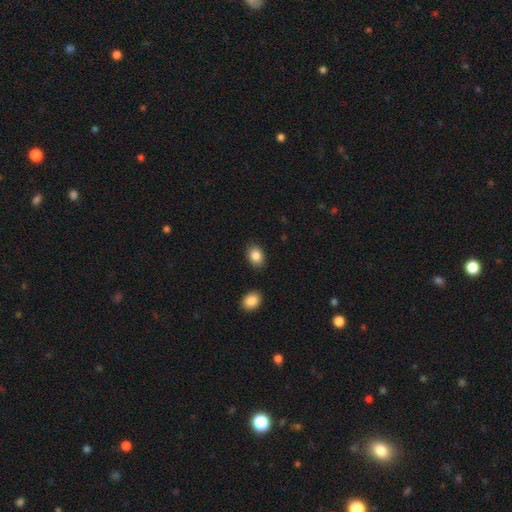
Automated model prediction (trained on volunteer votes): This is clearly a smooth galaxy (86%). How rounded: likely in between (72%). Merging: clearly none (86%).